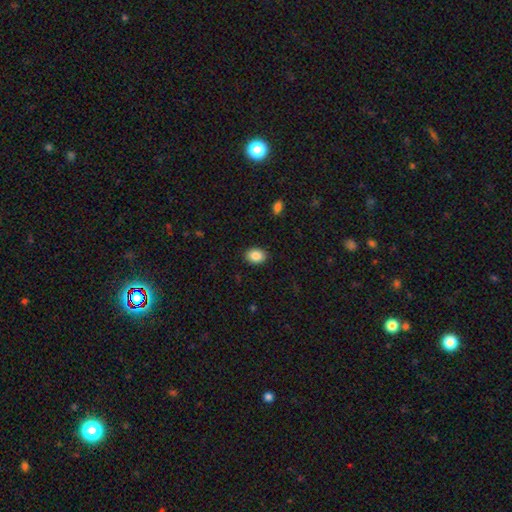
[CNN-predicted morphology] Overall: smooth (87%). How rounded: in between (73%). Merging: none (90%).